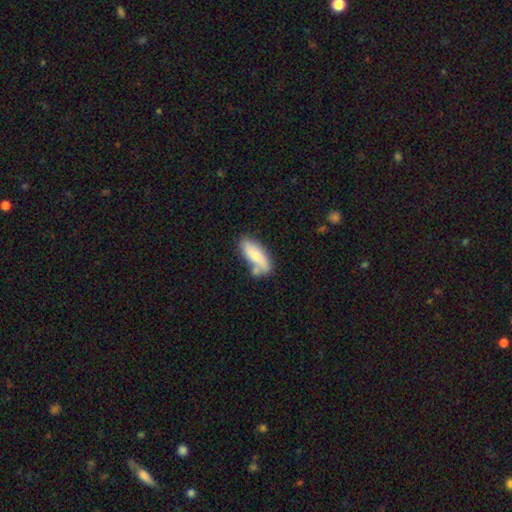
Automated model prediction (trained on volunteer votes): Smooth or featured?
  - smooth: 69% *
  - featured or disk: 25%
  - star or artifact: 6%
How rounded?
  - in between: 69% *
  - cigar-shaped: 29%
  - round: 2%
Merging?
  - none: 57% *
  - minor disturbance: 20%
  - merger: 17%
  - major disturbance: 5%